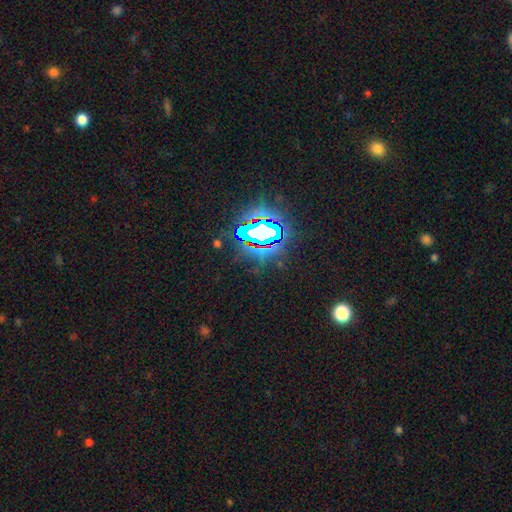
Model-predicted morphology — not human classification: Overall: star or artifact (82%).